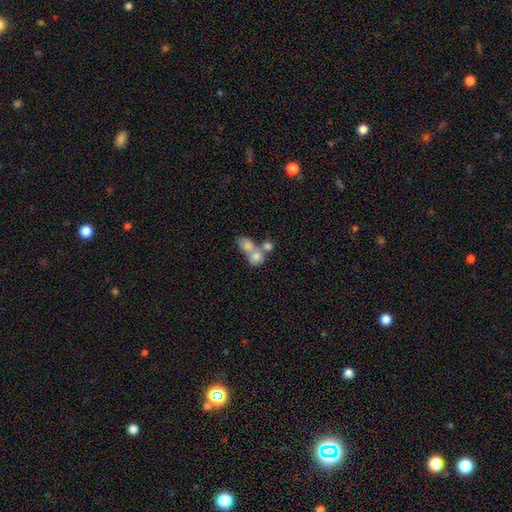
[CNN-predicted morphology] The model was most divided on "how rounded": round: 61%, in between: 37%, cigar-shaped: 2%. More confident: smooth or featured — smooth (72%); merging — merger (66%).